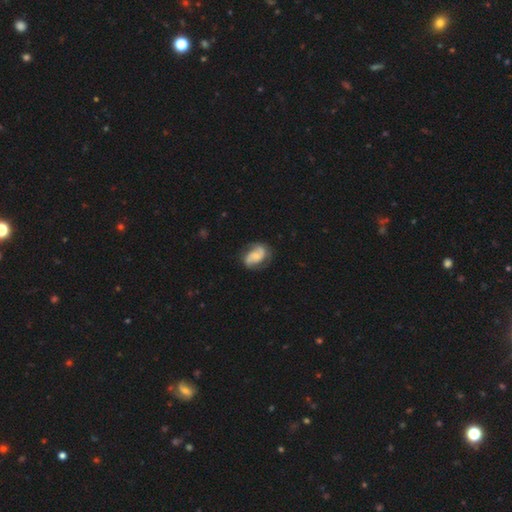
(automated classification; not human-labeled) Smooth or featured: featured or disk — 71% (smooth — 22%)
Edge-on disk: no — 97% (yes — 3%)
Bar: no — 57% (weak — 33%)
Spiral arms: yes — 93% (no — 7%)
Spiral winding: medium — 44% (loose — 33%)
Spiral arm count: 2 — 86% (can't tell — 6%)
Bulge size: small — 49% (moderate — 30%)
Merging: none — 70% (minor disturbance — 20%)